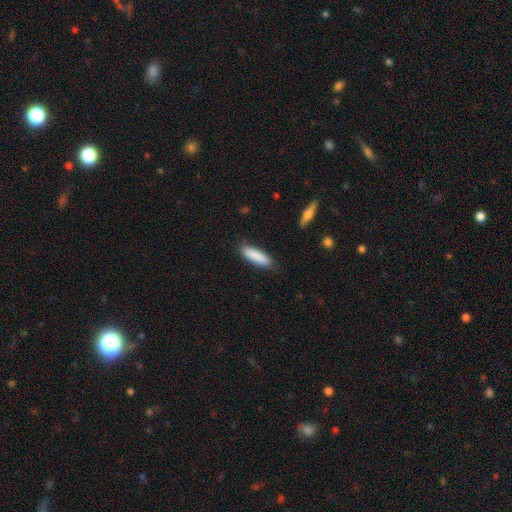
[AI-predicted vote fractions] smooth-or-featured: smooth: 88% | featured or disk: 7% | star or artifact: 6%
  how-rounded: cigar-shaped: 59% | in between: 40% | round: 1%
  merging: none: 86% | minor disturbance: 10% | major disturbance: 2% | merger: 1%